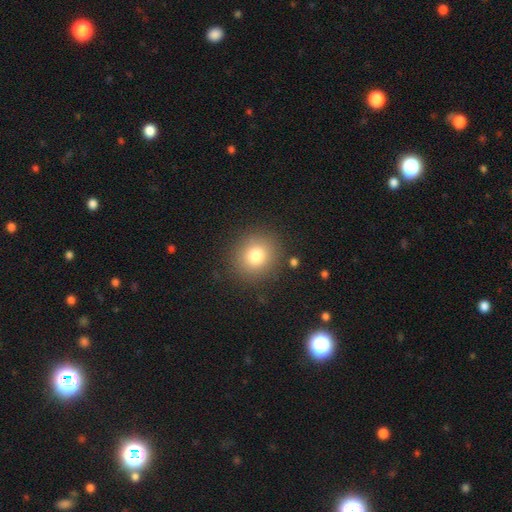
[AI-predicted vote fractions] A smooth galaxy with no disk features (79%) that is round (83%).

Vote fractions:
- Smooth or featured? smooth: 79% / star or artifact: 12% / featured or disk: 9%
- How rounded? round: 83% / in between: 16% / cigar-shaped: 1%
- Merging? none: 86% / minor disturbance: 8% / major disturbance: 3% / merger: 2%